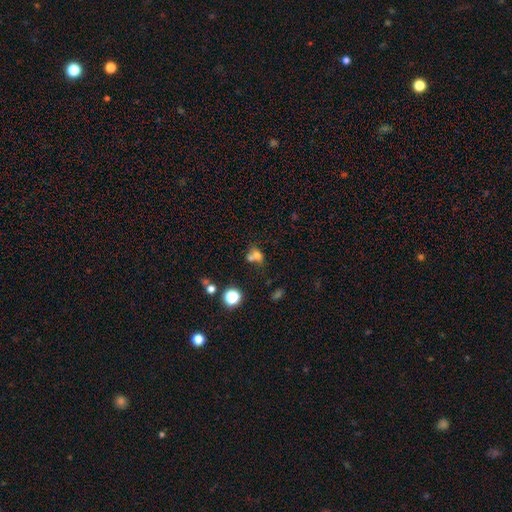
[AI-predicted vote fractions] A smooth galaxy with no disk features (64%) that is in between round and cigar-shaped (51%). Merging: merger (51%).